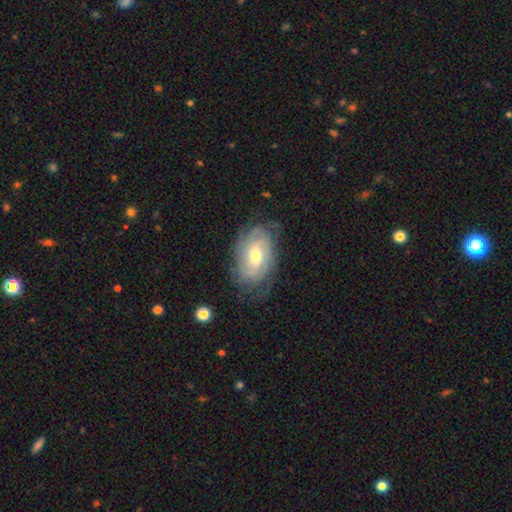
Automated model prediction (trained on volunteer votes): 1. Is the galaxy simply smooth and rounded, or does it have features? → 72% featured or disk, 22% smooth, 6% star or artifact.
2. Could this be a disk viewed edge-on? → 95% no, 5% yes.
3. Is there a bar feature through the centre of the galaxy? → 47% weak, 42% no, 11% strong.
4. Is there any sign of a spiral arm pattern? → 87% yes, 13% no.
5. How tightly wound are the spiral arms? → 63% tight, 27% medium, 10% loose.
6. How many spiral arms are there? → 48% can't tell, 27% 2, 12% 3, 6% 4, 4% 1, 3% more than 4.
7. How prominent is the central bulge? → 60% moderate, 34% small, 4% large, 1% none, 1% dominant.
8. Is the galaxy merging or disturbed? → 69% none, 22% minor disturbance, 9% major disturbance, 1% merger.